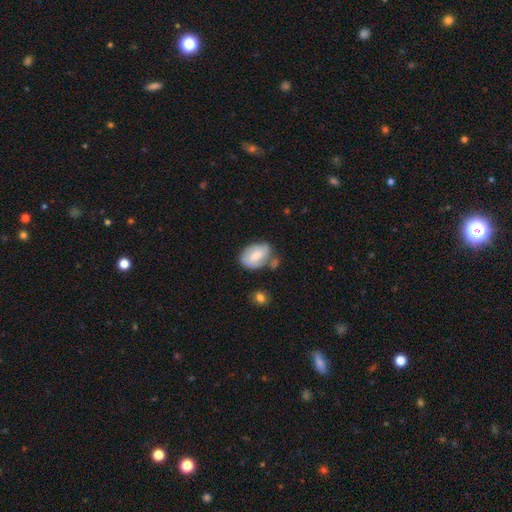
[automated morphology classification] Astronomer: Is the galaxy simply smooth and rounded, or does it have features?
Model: smooth — 60%.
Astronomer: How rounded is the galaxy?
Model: in between — 82%.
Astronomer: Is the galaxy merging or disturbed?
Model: none — 53%.